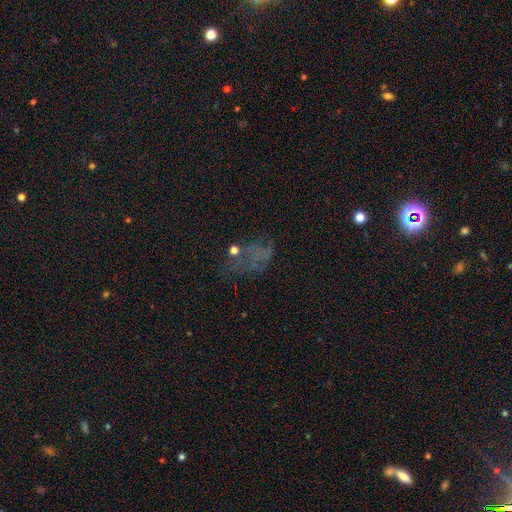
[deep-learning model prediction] Q: Smooth or featured?
A: star or artifact (39%); runner-up: smooth (32%)